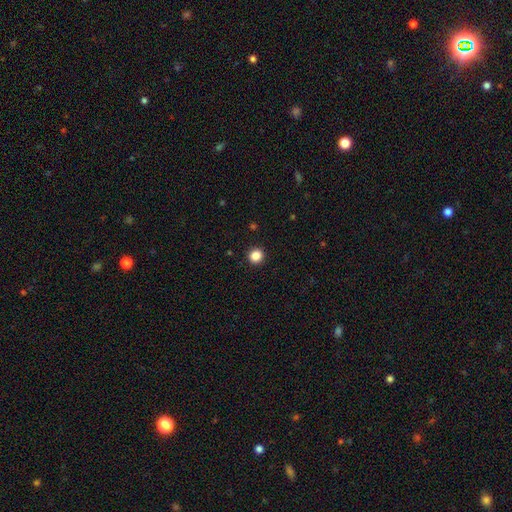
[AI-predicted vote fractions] The model was most divided on "smooth or featured": smooth: 86%, star or artifact: 11%, featured or disk: 3%. More confident: merging — none (93%); how rounded — round (92%).